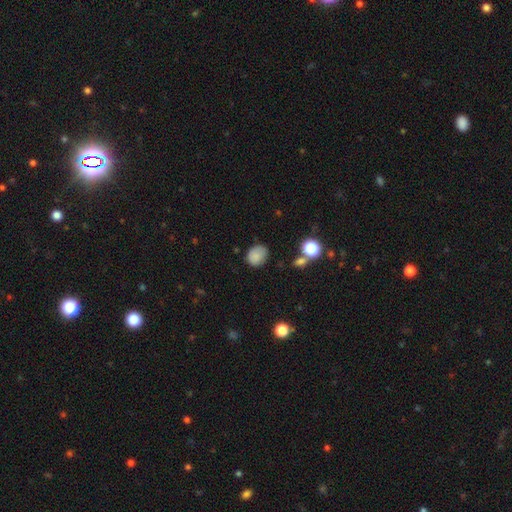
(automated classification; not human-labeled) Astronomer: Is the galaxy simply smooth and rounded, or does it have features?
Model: smooth — 83%.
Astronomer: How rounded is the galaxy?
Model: round — 61% (runner-up: in between, 38%).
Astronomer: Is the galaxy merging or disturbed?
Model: none — 69%.